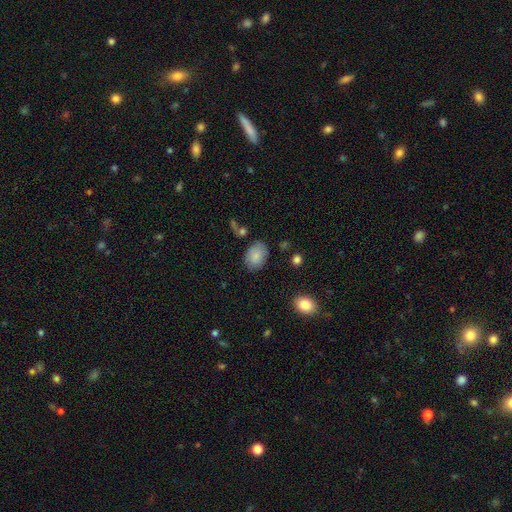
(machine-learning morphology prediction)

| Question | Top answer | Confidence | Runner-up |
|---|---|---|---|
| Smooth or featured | smooth | 83% | featured or disk (10%) |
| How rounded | in between | 77% | round (22%) |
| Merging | none | 77% | minor disturbance (16%) |